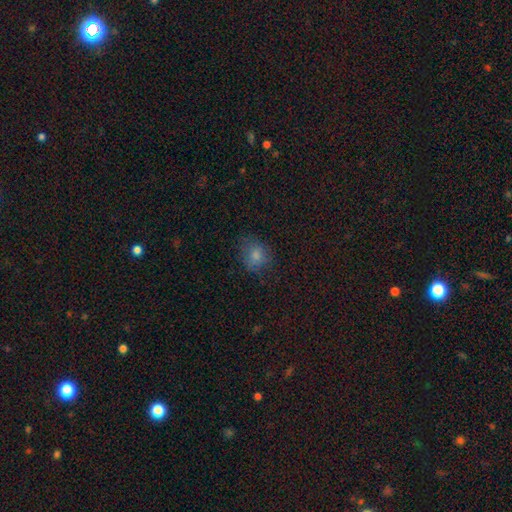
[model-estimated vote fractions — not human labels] This appears to be a smooth galaxy with no disk features (77%) that is round (64%). Merging: none (68%).